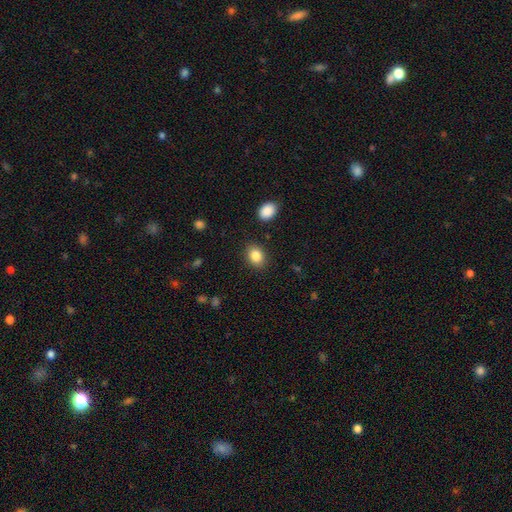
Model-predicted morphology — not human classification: type=smooth (85%); roundness=in between (59%); merging=none (86%).